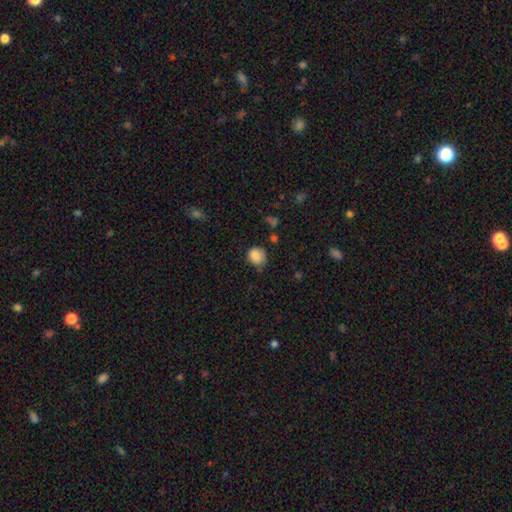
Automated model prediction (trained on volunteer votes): Overall: smooth (86%). How rounded: round (77%). Merging: none (64%; minor disturbance 27%).